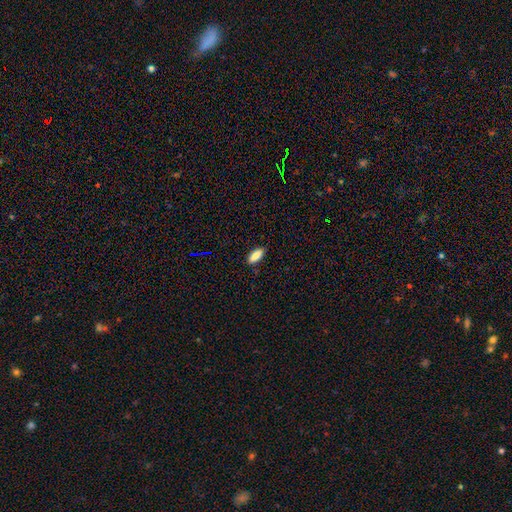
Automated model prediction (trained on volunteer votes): Overall: smooth (85%). How rounded: in between (71%). Merging: none (86%).